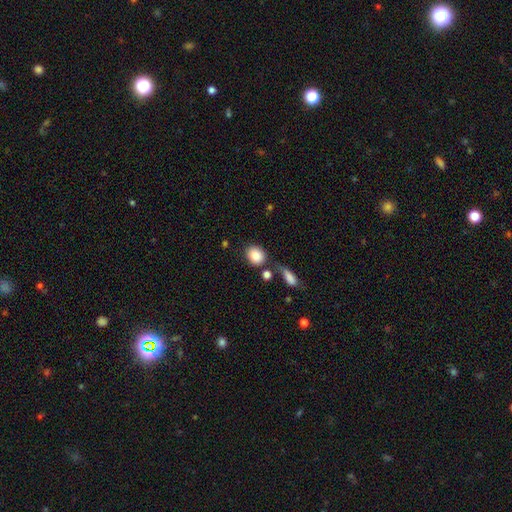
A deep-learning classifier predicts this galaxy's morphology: smooth-or-featured: smooth: 85% | star or artifact: 8% | featured or disk: 7%
  how-rounded: round: 62% | in between: 37% | cigar-shaped: 2%
  merging: none: 67% | merger: 15% | minor disturbance: 13% | major disturbance: 5%